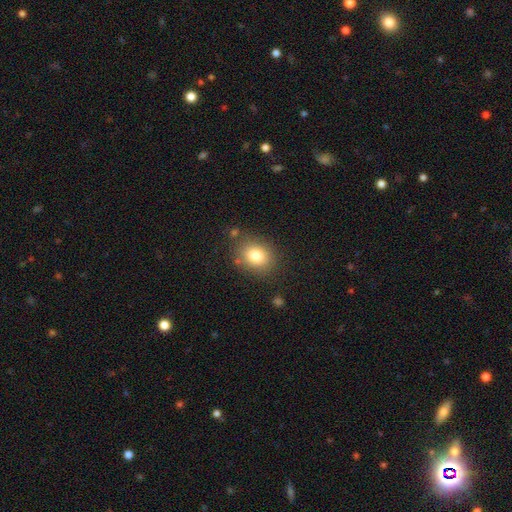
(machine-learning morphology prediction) Smooth or featured? smooth (80%)
How rounded? round (56%)
Merging? none (81%)